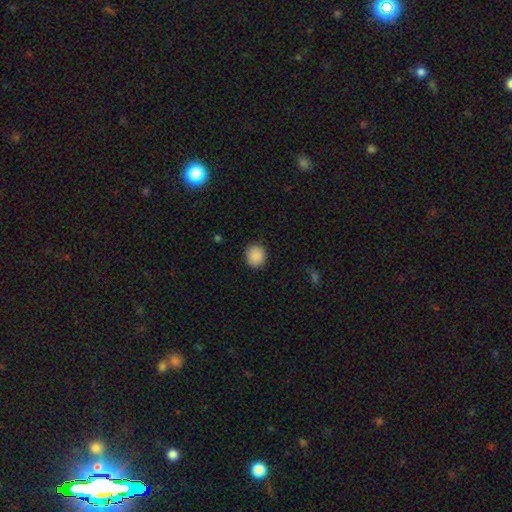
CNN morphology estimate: smooth 90%, star or artifact 8%, featured or disk 2%. Down the decision tree: how rounded — round (83%); merging — none (89%).